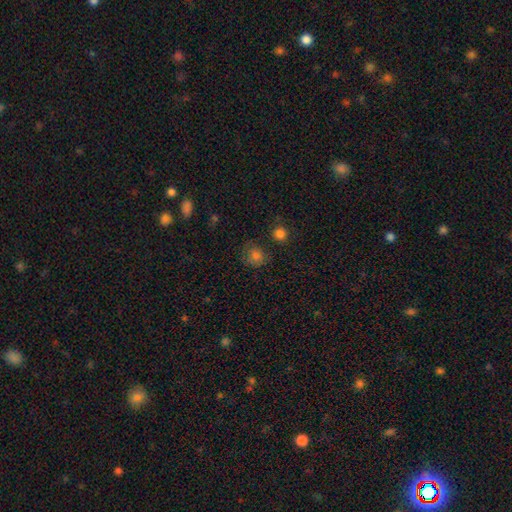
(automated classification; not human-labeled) smooth_or_featured: smooth (p=0.75) [alt: star or artifact p=0.18]
how_rounded: round (p=0.80) [alt: in between p=0.19]
merging: none (p=0.72) [alt: minor disturbance p=0.16]